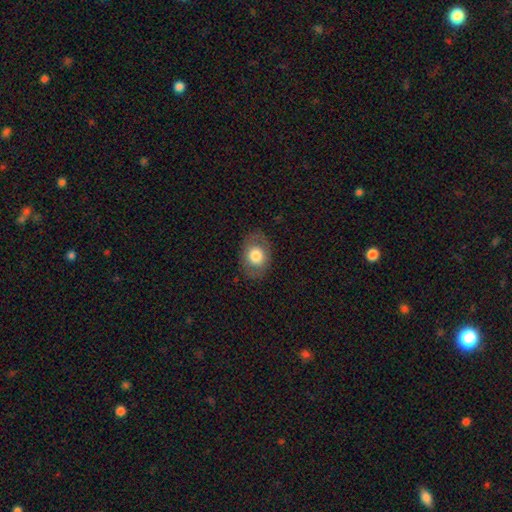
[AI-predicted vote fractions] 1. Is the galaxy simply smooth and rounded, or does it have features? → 71% smooth, 22% featured or disk, 7% star or artifact.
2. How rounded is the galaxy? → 70% in between, 29% round, 1% cigar-shaped.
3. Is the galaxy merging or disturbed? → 82% none, 12% minor disturbance, 5% major disturbance, 1% merger.